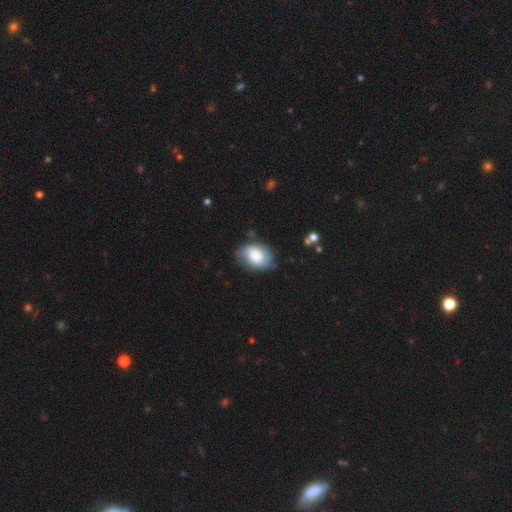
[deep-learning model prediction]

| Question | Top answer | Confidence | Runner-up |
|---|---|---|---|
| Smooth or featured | smooth | 62% | featured or disk (30%) |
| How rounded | in between | 74% | round (25%) |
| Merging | none | 66% | minor disturbance (24%) |